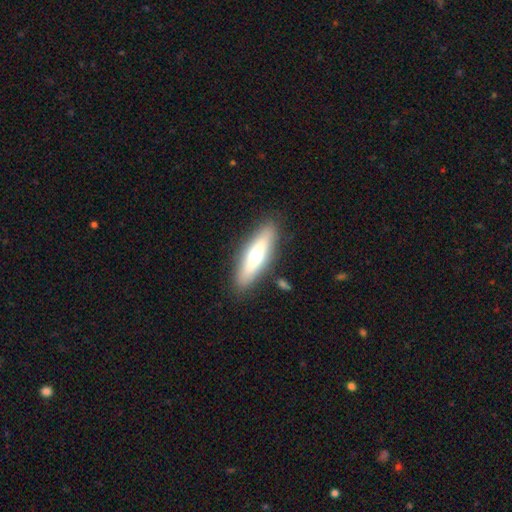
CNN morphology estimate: smooth-or-featured: smooth: 52% | featured or disk: 42% | star or artifact: 6%
  how-rounded: cigar-shaped: 61% | in between: 37% | round: 2%
  merging: none: 85% | minor disturbance: 10% | major disturbance: 3% | merger: 3%